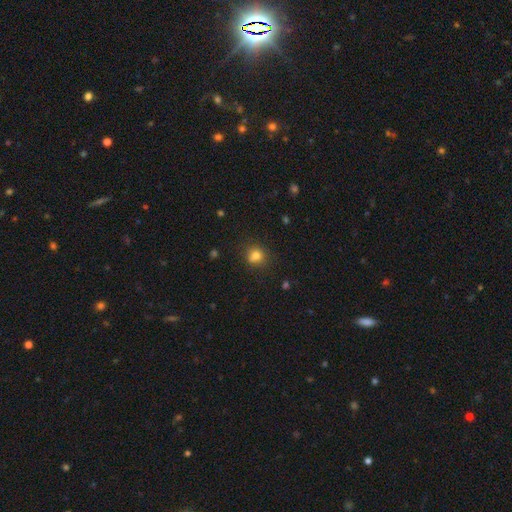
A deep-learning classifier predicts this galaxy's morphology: Q: Smooth or featured?
A: smooth (78%); runner-up: star or artifact (14%)
Q: How rounded?
A: round (80%); runner-up: in between (19%)
Q: Merging?
A: none (67%); runner-up: minor disturbance (16%)